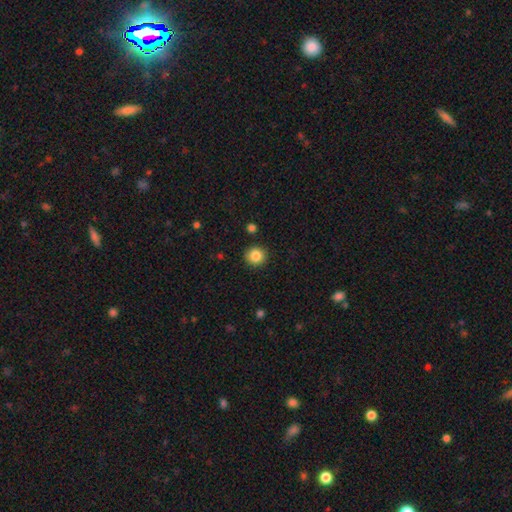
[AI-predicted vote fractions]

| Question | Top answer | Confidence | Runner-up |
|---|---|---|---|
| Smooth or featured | smooth | 85% | star or artifact (10%) |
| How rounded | round | 92% | in between (7%) |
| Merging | none | 90% | minor disturbance (6%) |